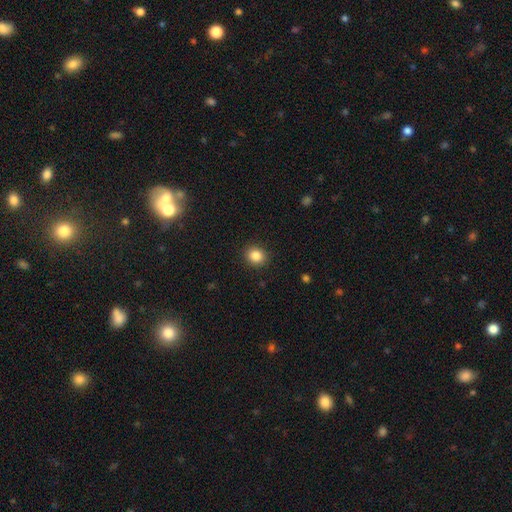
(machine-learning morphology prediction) Q: Smooth or featured?
A: smooth (85%); runner-up: star or artifact (10%)
Q: How rounded?
A: round (80%); runner-up: in between (19%)
Q: Merging?
A: none (90%); runner-up: minor disturbance (7%)